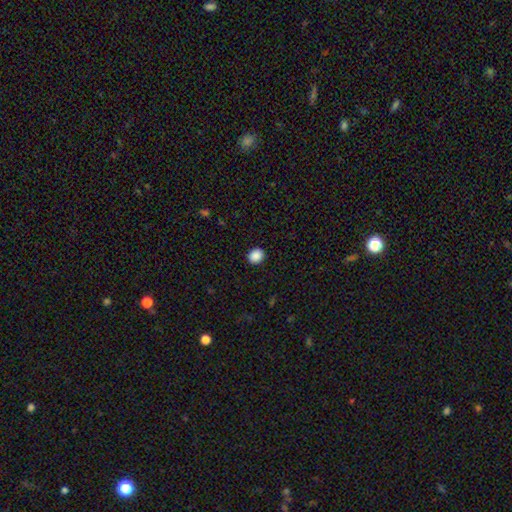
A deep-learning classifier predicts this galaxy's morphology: smooth-or-featured: smooth: 89% | star or artifact: 9% | featured or disk: 2%
  how-rounded: round: 70% | in between: 29% | cigar-shaped: 1%
  merging: none: 92% | minor disturbance: 5% | major disturbance: 2% | merger: 1%